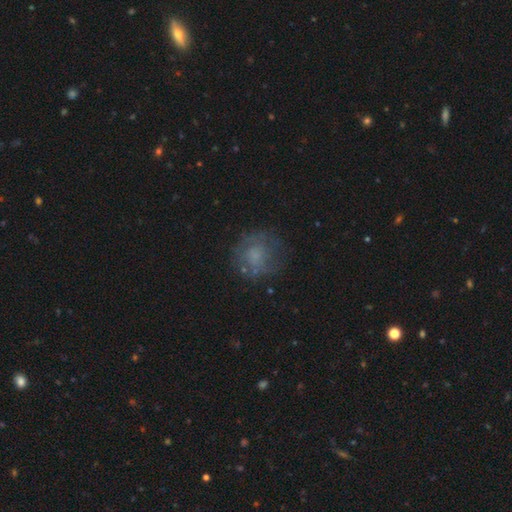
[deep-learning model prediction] Q: Smooth or featured?
A: smooth (49%); runner-up: featured or disk (37%)
Q: Merging?
A: none (69%); runner-up: minor disturbance (17%)